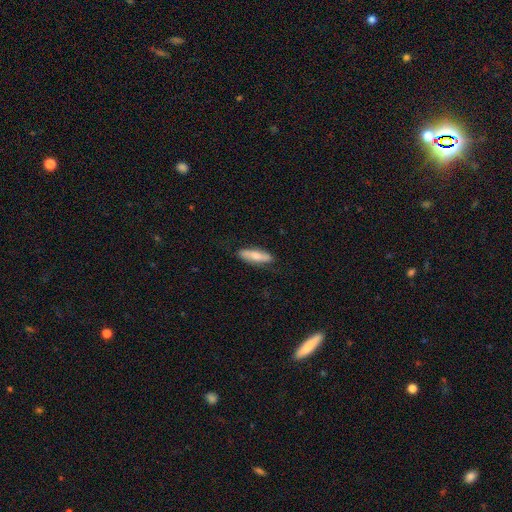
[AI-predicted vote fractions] This appears to be a smooth galaxy with no disk features (67%) that is cigar-shaped (58%). Merging: none (83%).